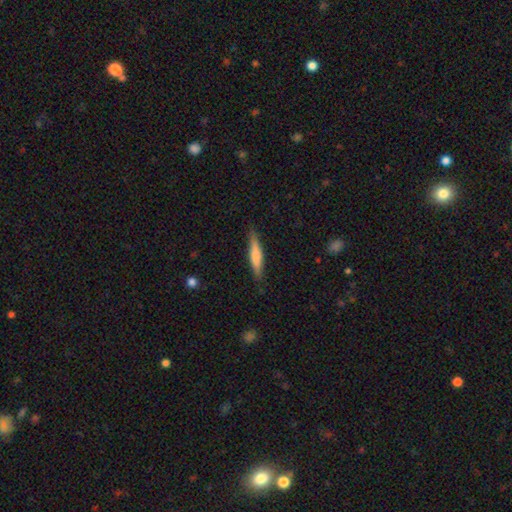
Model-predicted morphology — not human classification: Smooth or featured? smooth (66%)
How rounded? cigar-shaped (88%)
Merging? none (86%)